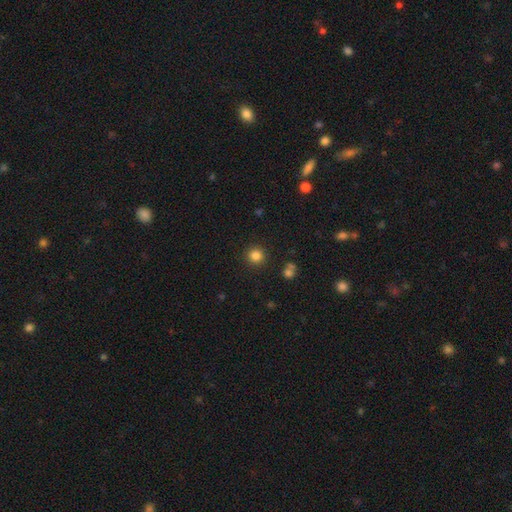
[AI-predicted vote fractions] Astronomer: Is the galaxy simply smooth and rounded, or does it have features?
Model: smooth — 83%.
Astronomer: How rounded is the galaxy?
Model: round — 94%.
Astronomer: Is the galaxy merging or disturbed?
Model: none — 89%.